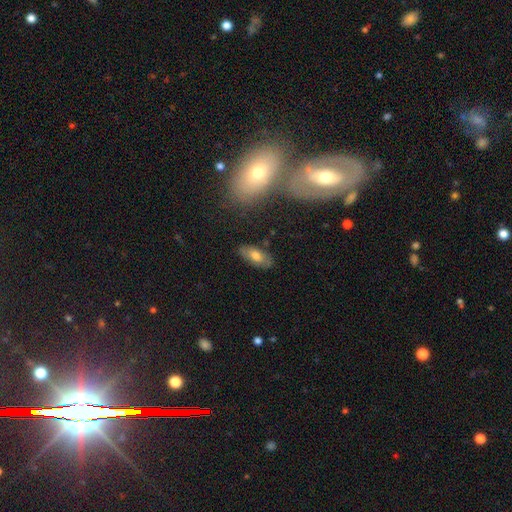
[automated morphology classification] smooth-or-featured: smooth: 67% | featured or disk: 25% | star or artifact: 8%
  how-rounded: in between: 88% | cigar-shaped: 9% | round: 3%
  merging: none: 80% | minor disturbance: 14% | major disturbance: 3% | merger: 2%